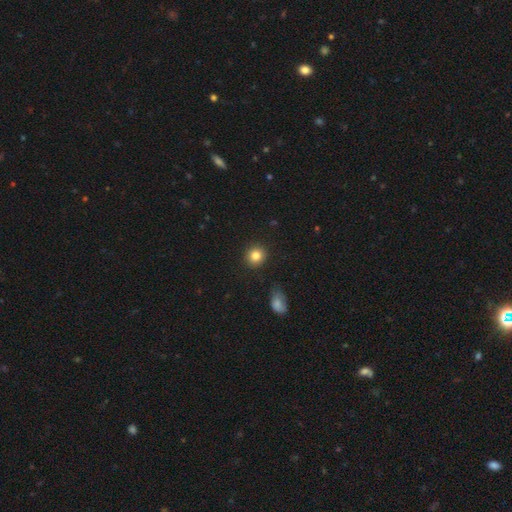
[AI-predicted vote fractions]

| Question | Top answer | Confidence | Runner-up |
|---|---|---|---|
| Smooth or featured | smooth | 84% | star or artifact (10%) |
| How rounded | round | 87% | in between (12%) |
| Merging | none | 89% | minor disturbance (7%) |